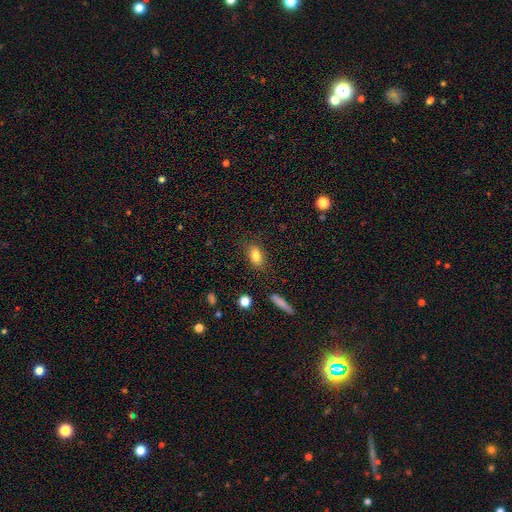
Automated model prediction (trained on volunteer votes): Q: Smooth or featured?
A: smooth (83%); runner-up: star or artifact (9%)
Q: How rounded?
A: in between (82%); runner-up: round (12%)
Q: Merging?
A: none (82%); runner-up: minor disturbance (12%)